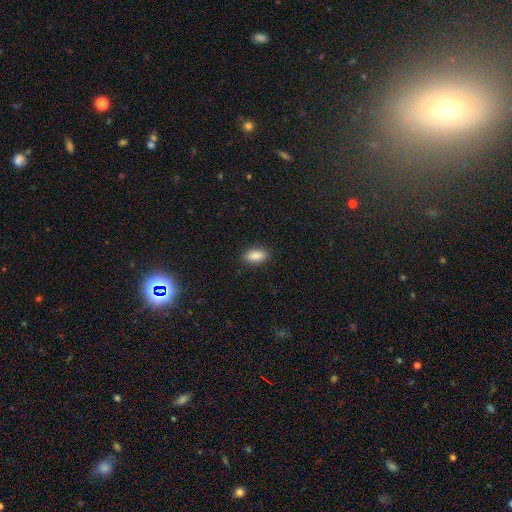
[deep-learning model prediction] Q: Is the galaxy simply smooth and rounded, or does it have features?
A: smooth — 88%.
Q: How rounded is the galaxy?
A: in between — 88%.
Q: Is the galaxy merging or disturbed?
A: none — 89%.